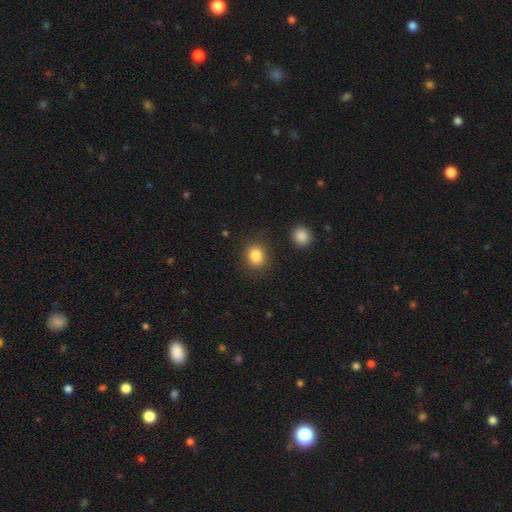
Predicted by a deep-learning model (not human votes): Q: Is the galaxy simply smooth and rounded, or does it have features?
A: smooth — 85%.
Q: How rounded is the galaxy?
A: round — 65%.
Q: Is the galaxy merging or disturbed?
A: none — 85%.